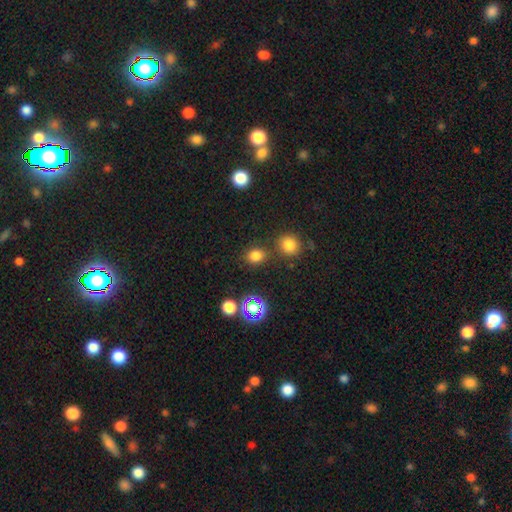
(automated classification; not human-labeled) smooth 75%, star or artifact 20%, featured or disk 5%. Down the decision tree: how rounded — round (66%); merging — none (77%).